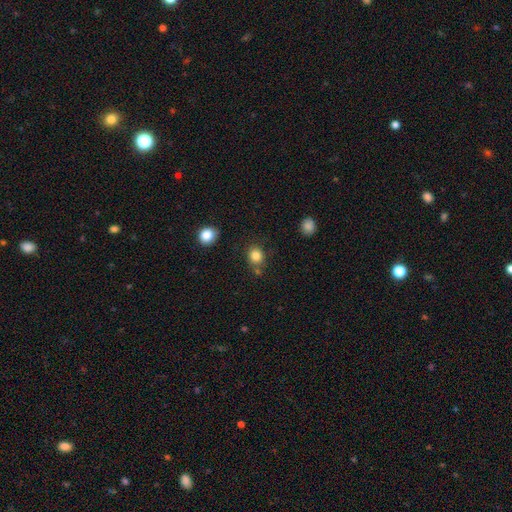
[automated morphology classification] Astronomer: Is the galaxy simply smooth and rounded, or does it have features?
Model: smooth — 83%.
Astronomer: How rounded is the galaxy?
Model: round — 73%.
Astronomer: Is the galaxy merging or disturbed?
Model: none — 76%.